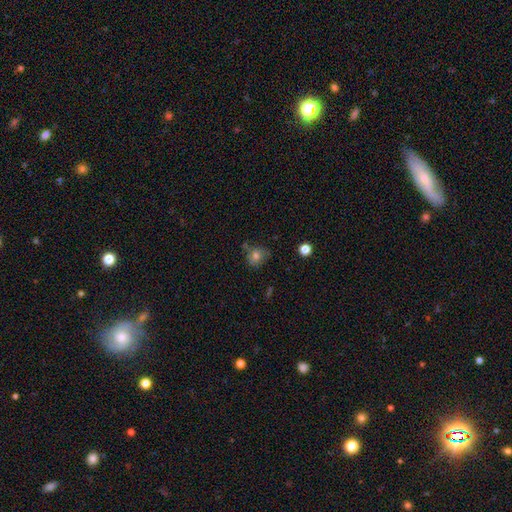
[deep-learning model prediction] Smooth or featured: smooth — 71% (featured or disk — 15%)
How rounded: round — 75% (in between — 24%)
Merging: none — 62% (minor disturbance — 23%)